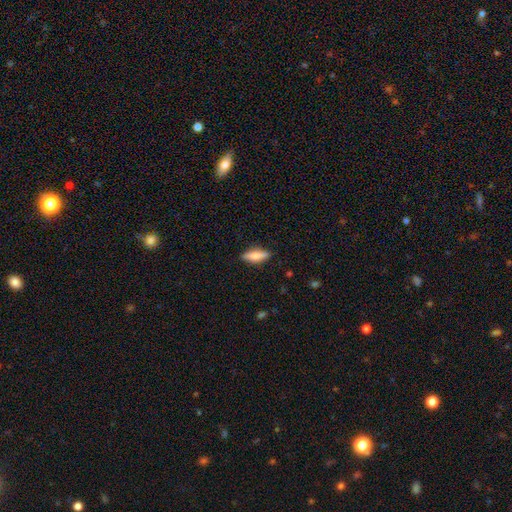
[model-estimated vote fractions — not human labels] smooth 69%, featured or disk 25%, star or artifact 7%. Down the decision tree: how rounded — in between (52%); merging — none (85%).